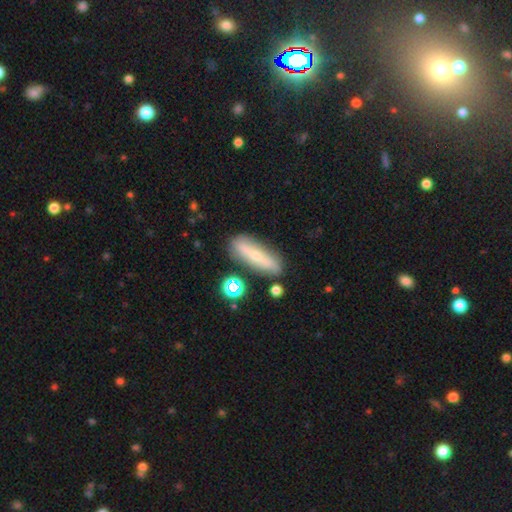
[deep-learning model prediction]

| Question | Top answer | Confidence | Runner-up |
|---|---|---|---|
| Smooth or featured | smooth | 50% | featured or disk (41%) |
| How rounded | cigar-shaped | 64% | in between (34%) |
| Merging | none | 77% | minor disturbance (14%) |